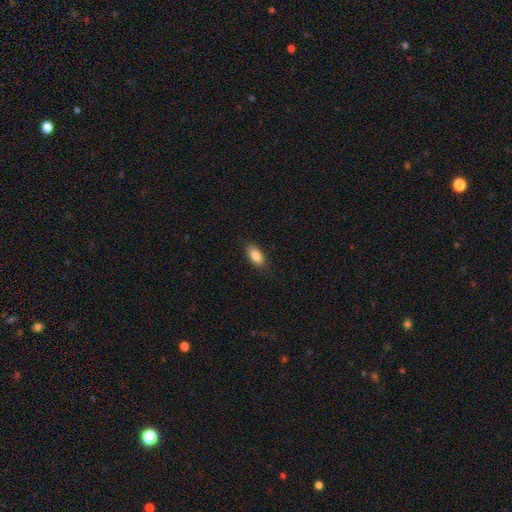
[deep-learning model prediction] smooth 86%, star or artifact 7%, featured or disk 6%. Down the decision tree: how rounded — in between (90%); merging — none (86%).